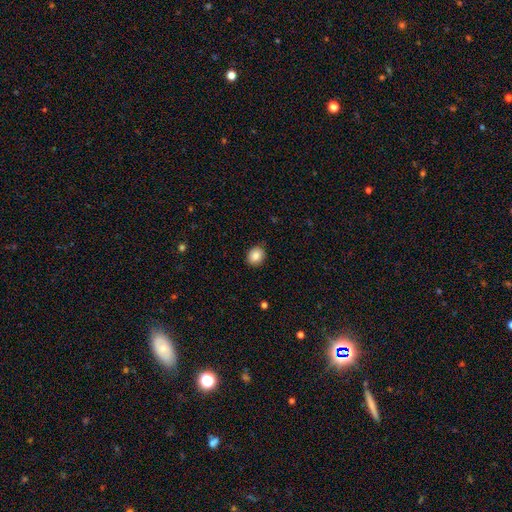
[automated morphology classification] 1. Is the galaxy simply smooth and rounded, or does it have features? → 86% smooth, 9% star or artifact, 6% featured or disk.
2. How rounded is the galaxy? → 59% round, 40% in between, 1% cigar-shaped.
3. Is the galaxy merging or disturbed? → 86% none, 11% minor disturbance, 2% major disturbance, 1% merger.